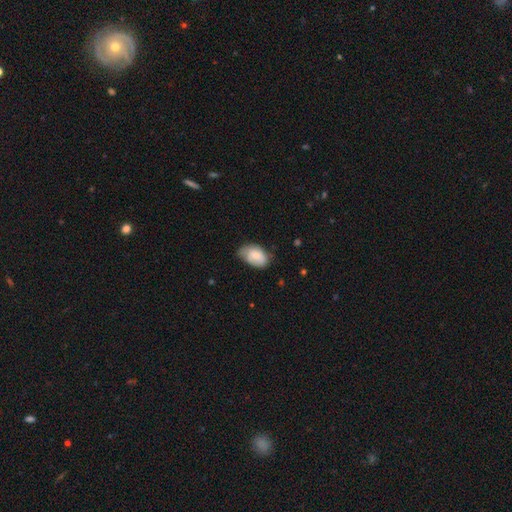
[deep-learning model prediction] Smooth or featured: smooth — 72% (featured or disk — 22%)
How rounded: in between — 88% (round — 11%)
Merging: none — 51% (minor disturbance — 38%)